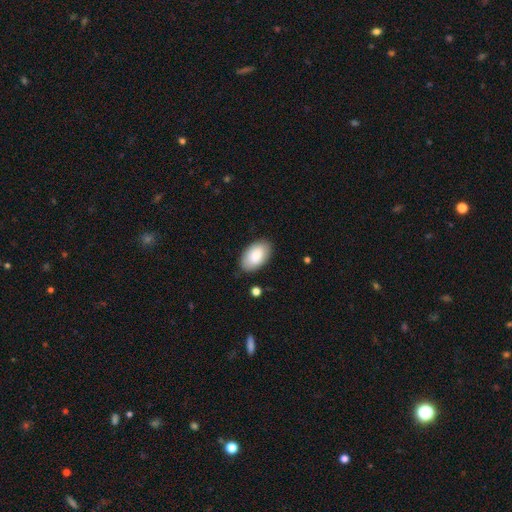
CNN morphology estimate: Overall: smooth (85%). How rounded: in between (94%). Merging: none (85%).